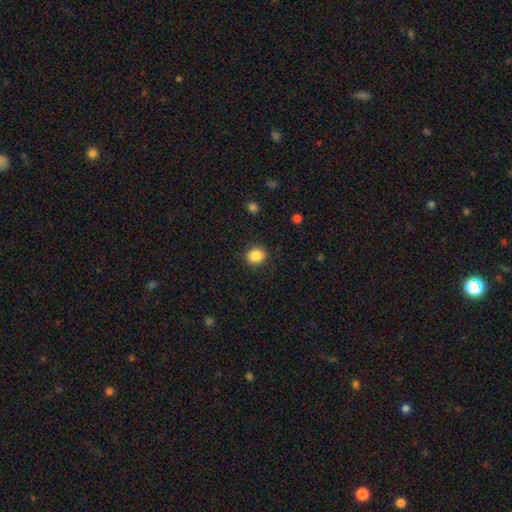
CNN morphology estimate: Smooth or featured? Predicted: smooth (p=0.86). How rounded? Predicted: round (p=0.73). Merging? Predicted: none (p=0.89).